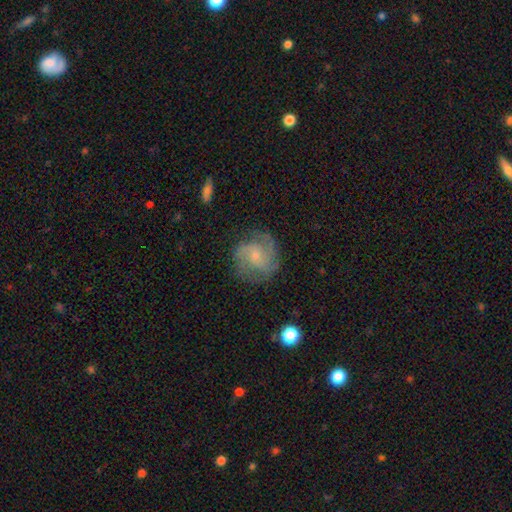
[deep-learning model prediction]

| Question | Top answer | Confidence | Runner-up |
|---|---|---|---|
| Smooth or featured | featured or disk | 75% | smooth (18%) |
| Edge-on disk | no | 98% | yes (2%) |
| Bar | no | 66% | weak (30%) |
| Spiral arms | yes | 94% | no (6%) |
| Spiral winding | medium | 49% | tight (33%) |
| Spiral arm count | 2 | 38% | 3 (29%) |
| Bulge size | small | 71% | moderate (22%) |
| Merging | none | 72% | minor disturbance (18%) |